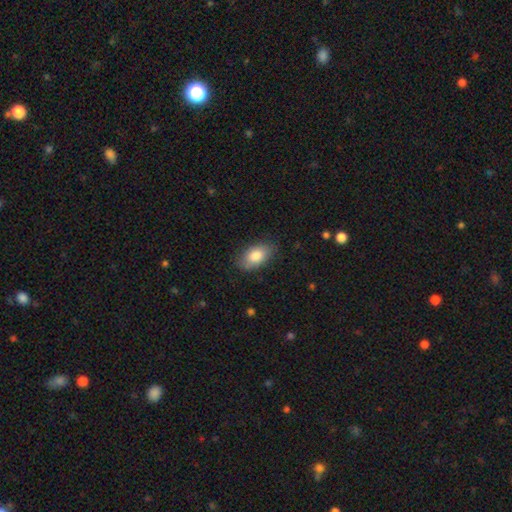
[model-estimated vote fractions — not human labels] Overall: smooth (84%). How rounded: in between (92%). Merging: none (82%).